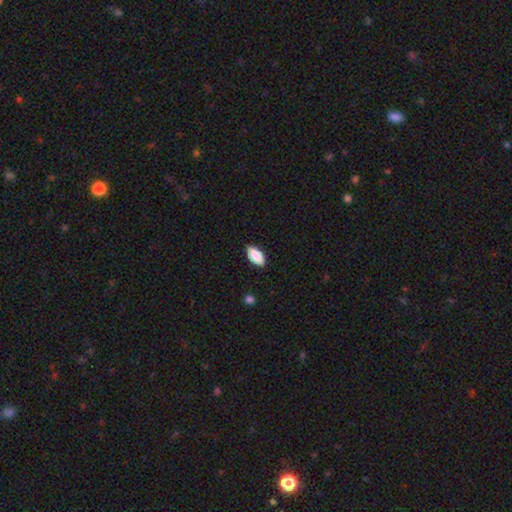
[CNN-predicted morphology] Smooth or featured: smooth — 87% (featured or disk — 7%)
How rounded: in between — 92% (cigar-shaped — 6%)
Merging: none — 86% (minor disturbance — 11%)